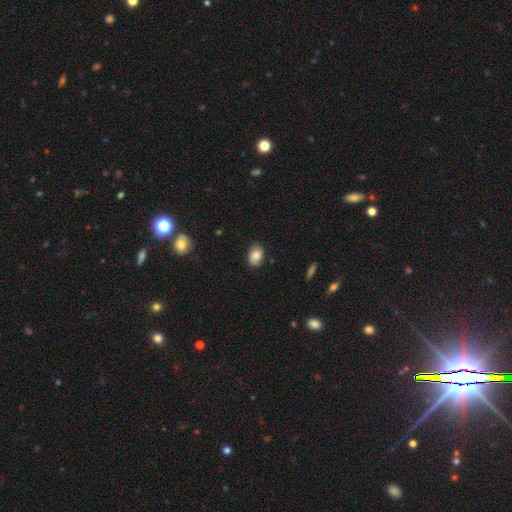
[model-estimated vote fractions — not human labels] Overall: smooth (82%). How rounded: in between (78%). Merging: none (81%).